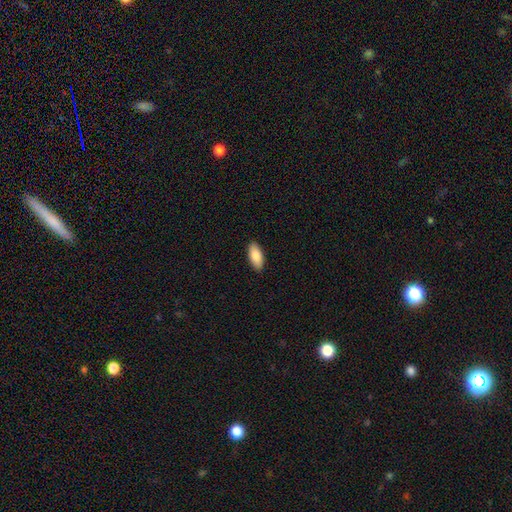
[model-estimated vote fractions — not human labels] smooth-or-featured: smooth: 87% | featured or disk: 8% | star or artifact: 6%
  how-rounded: in between: 89% | cigar-shaped: 10% | round: 2%
  merging: none: 90% | minor disturbance: 7% | major disturbance: 2% | merger: 1%